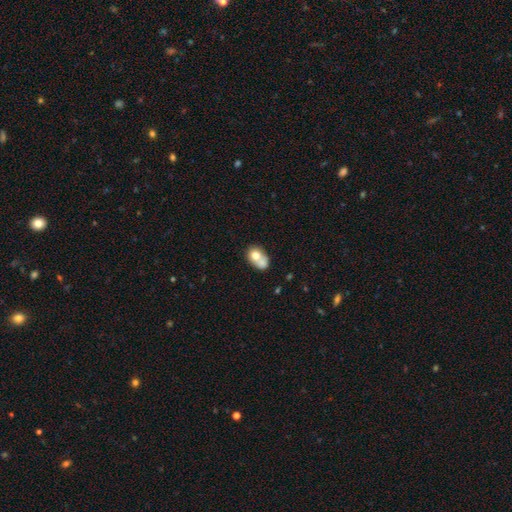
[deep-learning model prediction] Smooth or featured? Predicted: smooth (p=0.68). How rounded? Predicted: in between (p=0.53). Merging? Predicted: merger (p=0.62).